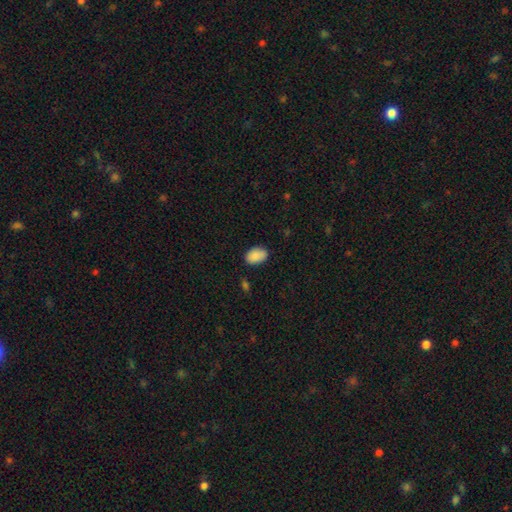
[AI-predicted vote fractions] smooth-or-featured: smooth: 89% | star or artifact: 7% | featured or disk: 4%
  how-rounded: in between: 88% | round: 11% | cigar-shaped: 1%
  merging: none: 81% | minor disturbance: 14% | major disturbance: 3% | merger: 2%